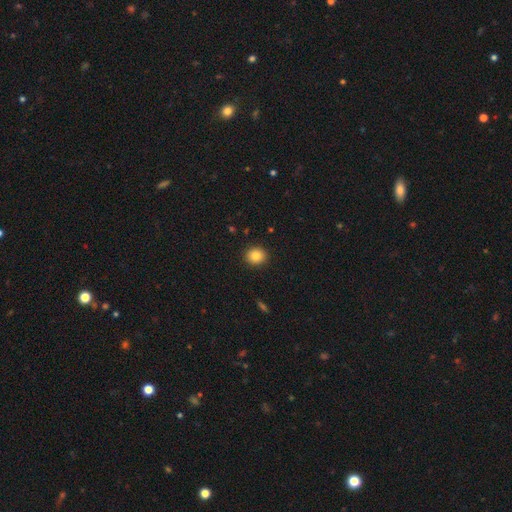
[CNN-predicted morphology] smooth 84%, star or artifact 10%, featured or disk 6%. Down the decision tree: how rounded — round (78%); merging — none (91%).